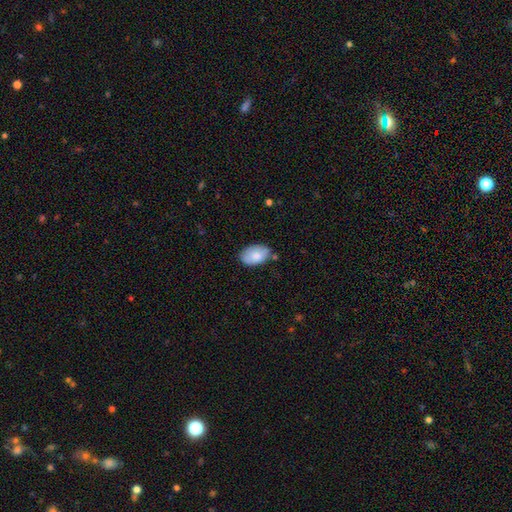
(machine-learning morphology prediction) This is likely a smooth galaxy (79%). How rounded: clearly in between (93%). Merging: likely none (71%).